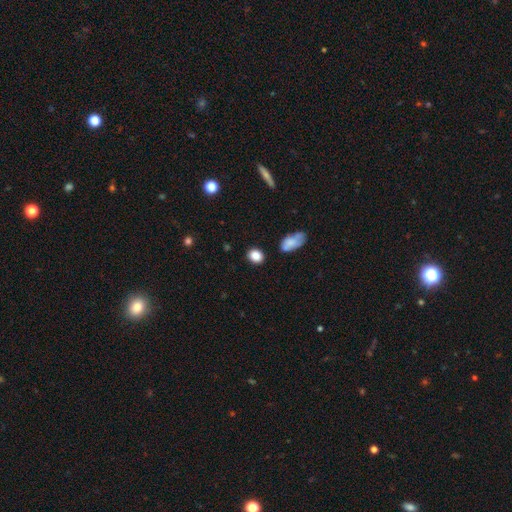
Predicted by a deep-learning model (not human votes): Q: Smooth or featured?
A: smooth (86%); runner-up: star or artifact (10%)
Q: How rounded?
A: round (52%); runner-up: in between (47%)
Q: Merging?
A: none (82%); runner-up: minor disturbance (12%)